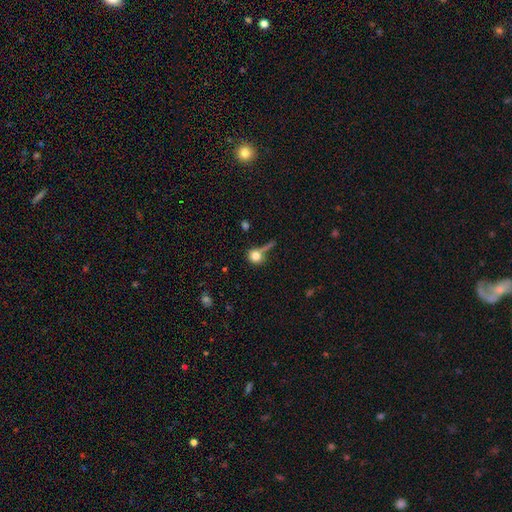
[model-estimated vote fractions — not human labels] Overall: smooth (76%). How rounded: round (81%). Merging: none (49%; merger 19%).